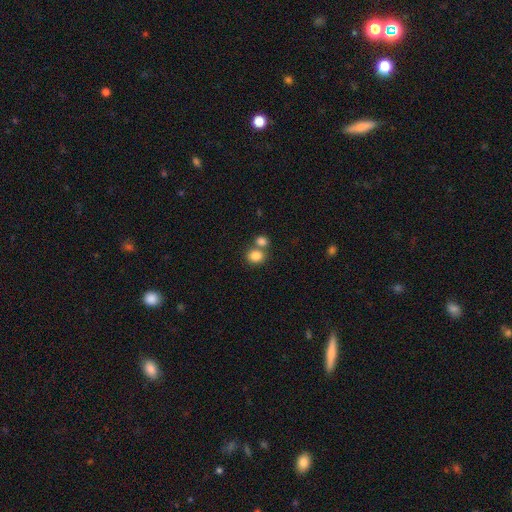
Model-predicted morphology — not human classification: smooth_or_featured: smooth (p=0.84) [alt: star or artifact p=0.10]
how_rounded: round (p=0.67) [alt: in between p=0.32]
merging: none (p=0.48) [alt: merger p=0.41]